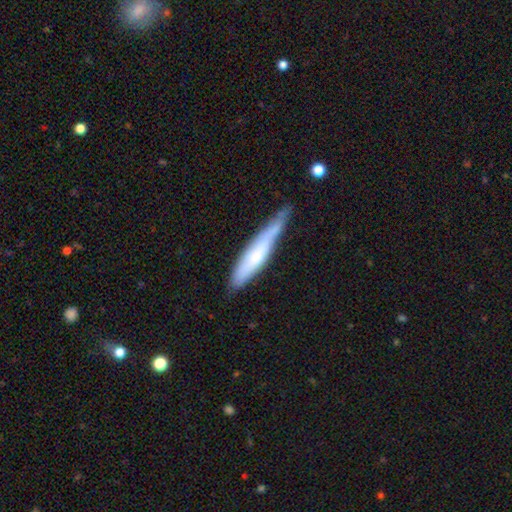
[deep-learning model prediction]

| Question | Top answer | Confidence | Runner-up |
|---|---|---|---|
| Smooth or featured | smooth | 58% | featured or disk (36%) |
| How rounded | cigar-shaped | 88% | in between (11%) |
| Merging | none | 60% | minor disturbance (31%) |